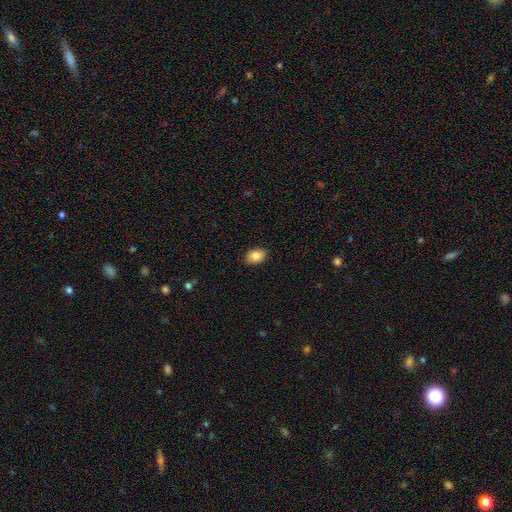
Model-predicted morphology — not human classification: Smooth or featured? smooth (86%)
How rounded? in between (81%)
Merging? none (89%)